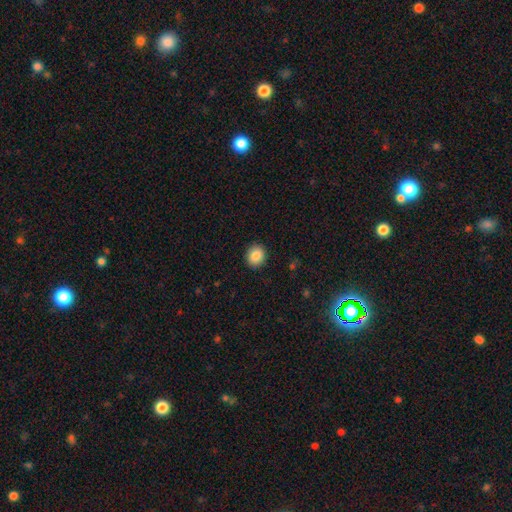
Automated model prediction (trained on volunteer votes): A smooth galaxy with no disk features (87%) that is round (76%).

Vote fractions:
- Smooth or featured? smooth: 87% / star or artifact: 8% / featured or disk: 5%
- How rounded? round: 76% / in between: 23% / cigar-shaped: 1%
- Merging? none: 91% / minor disturbance: 6% / major disturbance: 2% / merger: 1%